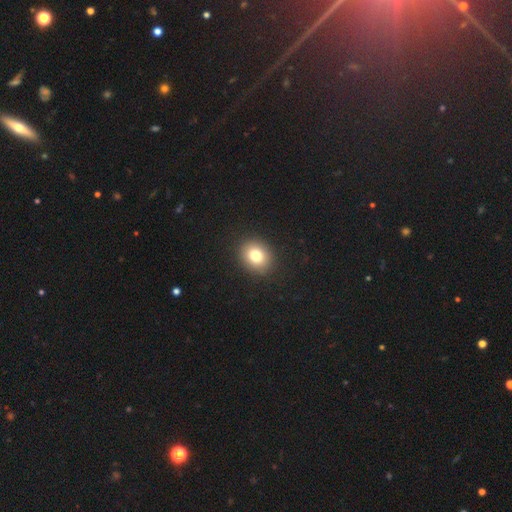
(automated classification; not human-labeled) Smooth or featured? Predicted: smooth (p=0.79). How rounded? Predicted: round (p=0.59). Merging? Predicted: none (p=0.91).